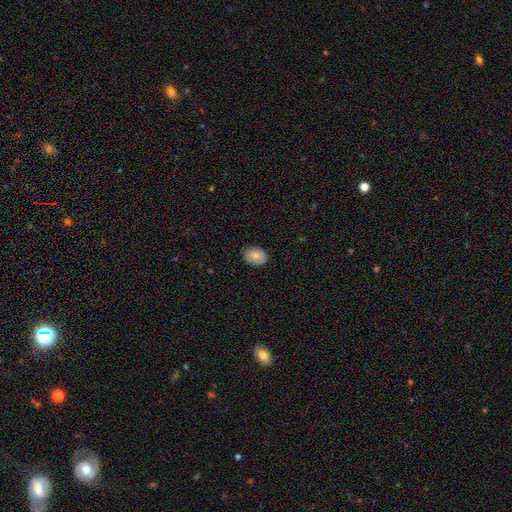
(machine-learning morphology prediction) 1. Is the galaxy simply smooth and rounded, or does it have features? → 80% smooth, 13% featured or disk, 7% star or artifact.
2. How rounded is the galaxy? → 82% in between, 17% round, 1% cigar-shaped.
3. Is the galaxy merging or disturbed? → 84% none, 12% minor disturbance, 2% major disturbance, 1% merger.